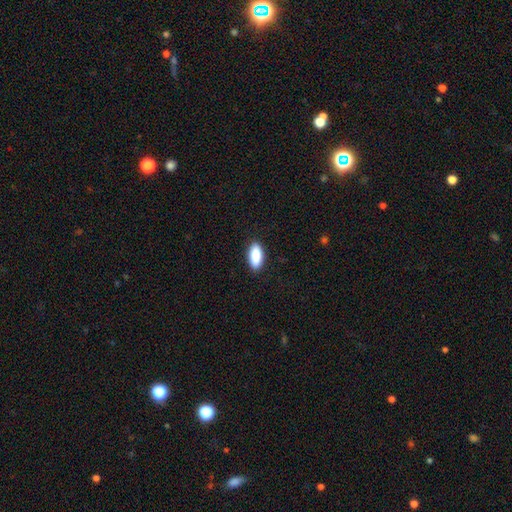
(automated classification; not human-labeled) This appears to be a smooth galaxy with no disk features (89%) that is in between round and cigar-shaped (90%). Merging: none (90%).